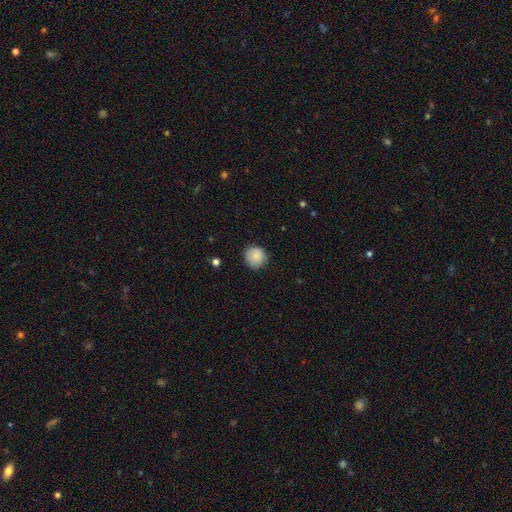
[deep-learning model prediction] This appears to be a smooth galaxy with no disk features (86%) that is round (88%). Merging: none (78%).